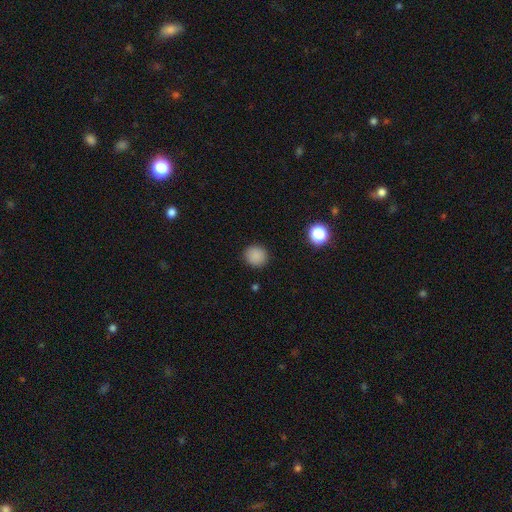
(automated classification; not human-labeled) smooth 86%, star or artifact 11%, featured or disk 3%. Down the decision tree: how rounded — round (89%); merging — none (90%).